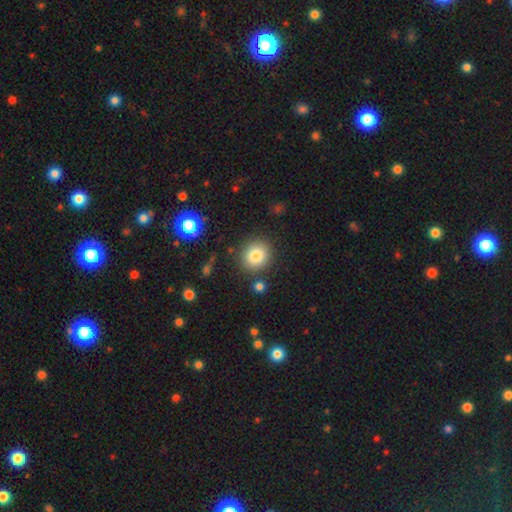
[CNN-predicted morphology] Overall: smooth (82%). How rounded: round (84%). Merging: none (84%).